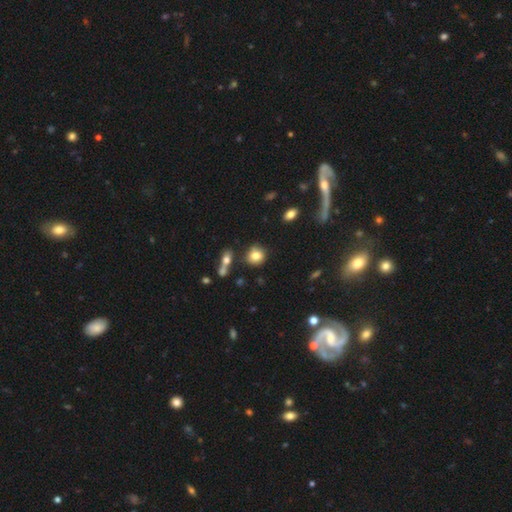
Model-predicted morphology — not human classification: Smooth or featured?
  - smooth: 81% *
  - star or artifact: 10%
  - featured or disk: 9%
How rounded?
  - round: 81% *
  - in between: 18%
  - cigar-shaped: 1%
Merging?
  - none: 74% *
  - minor disturbance: 14%
  - merger: 8%
  - major disturbance: 4%